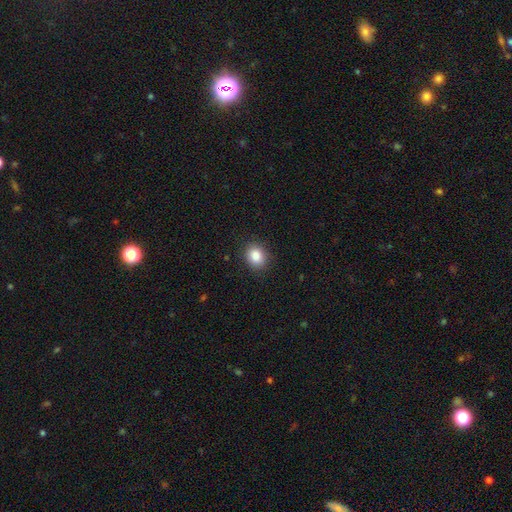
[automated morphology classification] smooth 85%, star or artifact 10%, featured or disk 5%. Down the decision tree: how rounded — round (59%); merging — none (88%).